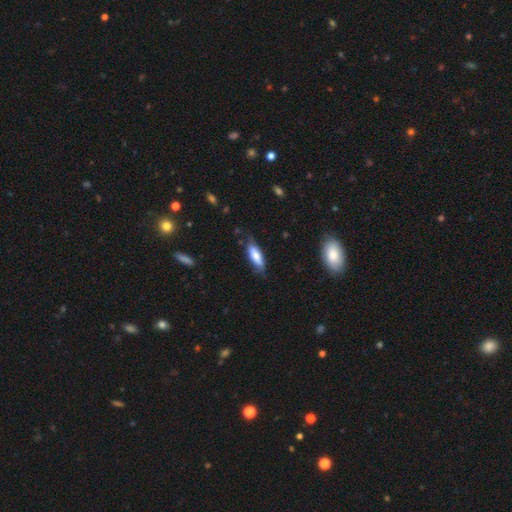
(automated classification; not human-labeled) A smooth galaxy with no disk features (72%) that is in between round and cigar-shaped (59%). Merging: none (64%).